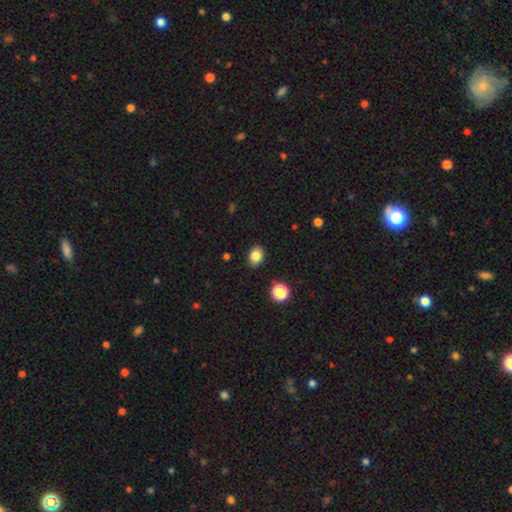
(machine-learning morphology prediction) smooth_or_featured: smooth (p=0.84) [alt: star or artifact p=0.10]
how_rounded: in between (p=0.66) [alt: round p=0.33]
merging: none (p=0.89) [alt: minor disturbance p=0.08]